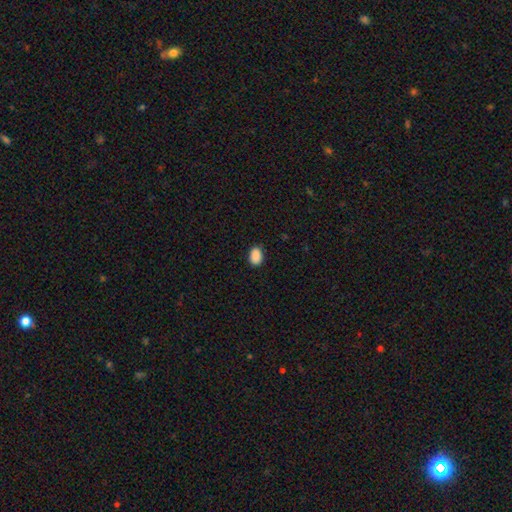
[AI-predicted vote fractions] This appears to be a smooth galaxy with no disk features (90%) that is in between round and cigar-shaped (82%). Merging: none (86%).